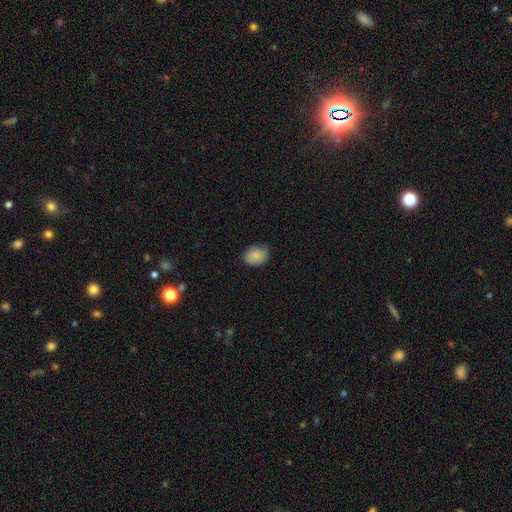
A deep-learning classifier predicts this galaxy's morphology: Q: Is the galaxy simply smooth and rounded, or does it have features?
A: smooth — 88%.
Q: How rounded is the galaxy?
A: in between — 67%.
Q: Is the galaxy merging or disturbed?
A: none — 81%.